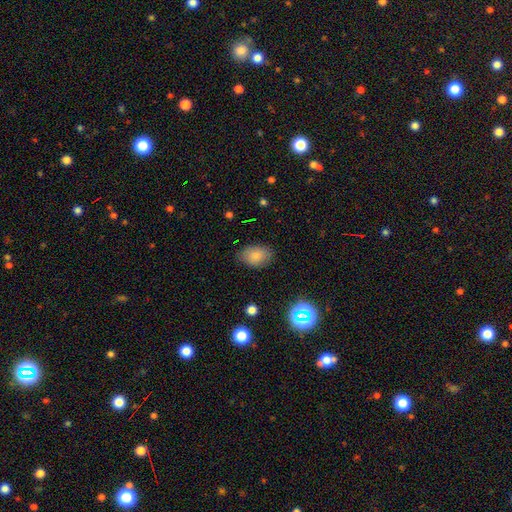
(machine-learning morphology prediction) Q: Smooth or featured?
A: smooth (80%); runner-up: star or artifact (11%)
Q: How rounded?
A: in between (82%); runner-up: round (17%)
Q: Merging?
A: none (81%); runner-up: minor disturbance (14%)